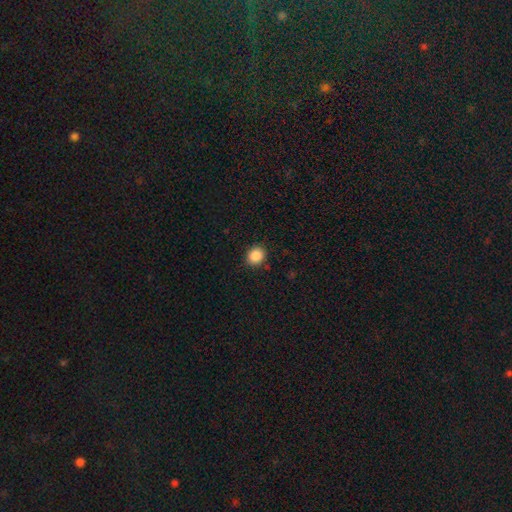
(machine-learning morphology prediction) smooth_or_featured: smooth (p=0.87) [alt: star or artifact p=0.09]
how_rounded: round (p=0.73) [alt: in between p=0.26]
merging: none (p=0.89) [alt: minor disturbance p=0.08]